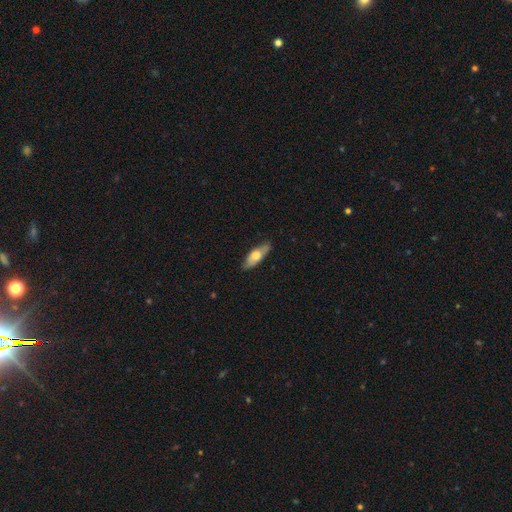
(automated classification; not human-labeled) smooth-or-featured: smooth: 58% | featured or disk: 37% | star or artifact: 6%
  how-rounded: in between: 62% | cigar-shaped: 36% | round: 2%
  merging: none: 80% | minor disturbance: 16% | major disturbance: 3% | merger: 1%